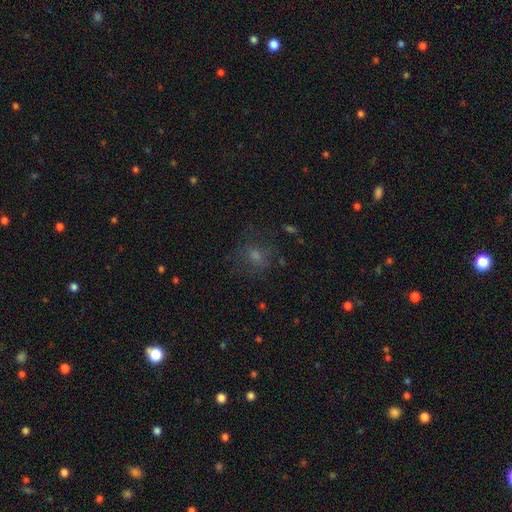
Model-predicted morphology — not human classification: The model was most divided on "how rounded": round: 63%, in between: 36%, cigar-shaped: 2%. More confident: merging — none (59%); smooth or featured — smooth (55%).